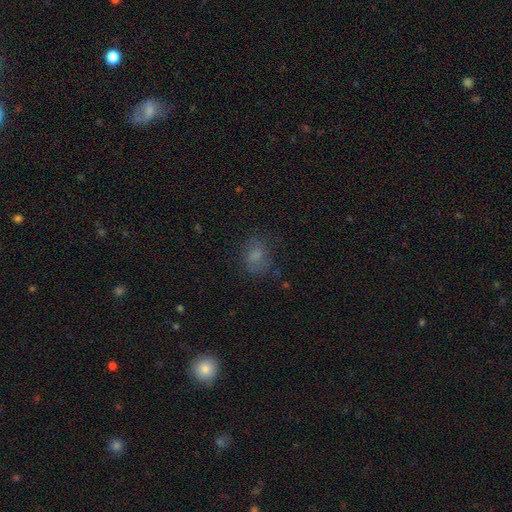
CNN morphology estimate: smooth_or_featured: smooth (p=0.67) [alt: featured or disk p=0.17]
how_rounded: in between (p=0.53) [alt: round p=0.46]
merging: none (p=0.63) [alt: minor disturbance p=0.21]